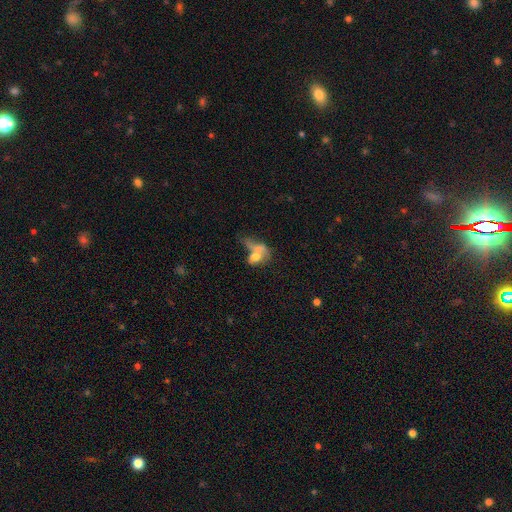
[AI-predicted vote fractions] Q: Smooth or featured?
A: smooth (59%); runner-up: featured or disk (30%)
Q: How rounded?
A: in between (72%); runner-up: round (22%)
Q: Merging?
A: merger (58%); runner-up: major disturbance (17%)